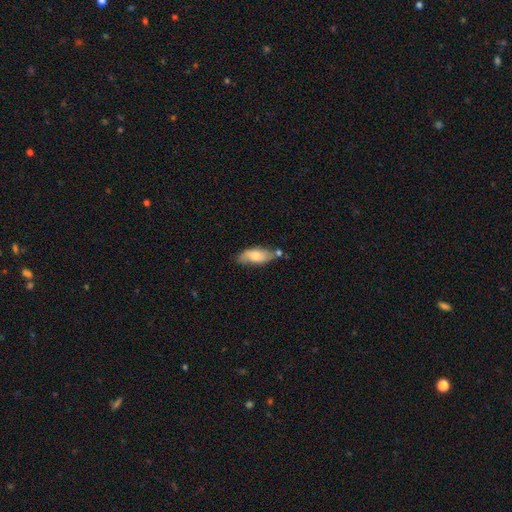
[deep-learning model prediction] smooth_or_featured: smooth (p=0.67) [alt: featured or disk p=0.26]
how_rounded: in between (p=0.77) [alt: cigar-shaped p=0.21]
merging: none (p=0.56) [alt: minor disturbance p=0.24]